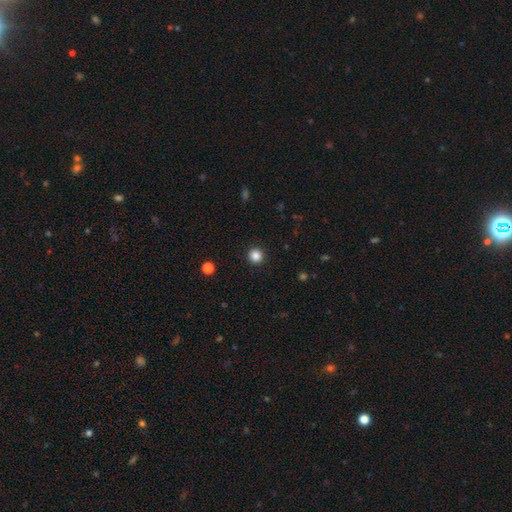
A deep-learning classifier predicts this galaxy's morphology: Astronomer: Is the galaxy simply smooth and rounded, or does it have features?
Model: smooth — 85%.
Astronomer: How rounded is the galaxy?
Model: round — 95%.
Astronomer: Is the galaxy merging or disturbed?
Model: none — 93%.